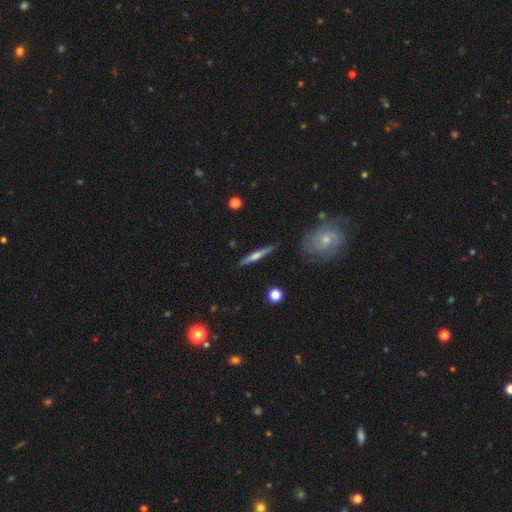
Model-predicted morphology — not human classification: Smooth or featured? Predicted: featured or disk (p=0.66). Edge-on disk? Predicted: yes (p=0.96). Edge-on bulge? Predicted: rounded (p=0.77). Merging? Predicted: none (p=0.88).